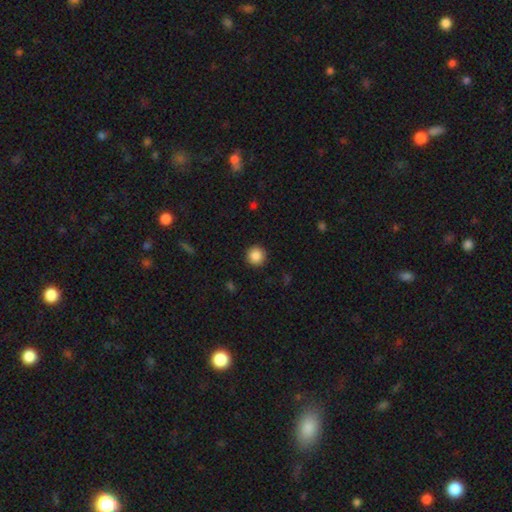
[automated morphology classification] smooth_or_featured: smooth (p=0.87) [alt: star or artifact p=0.09]
how_rounded: round (p=0.95) [alt: in between p=0.04]
merging: none (p=0.92) [alt: minor disturbance p=0.05]